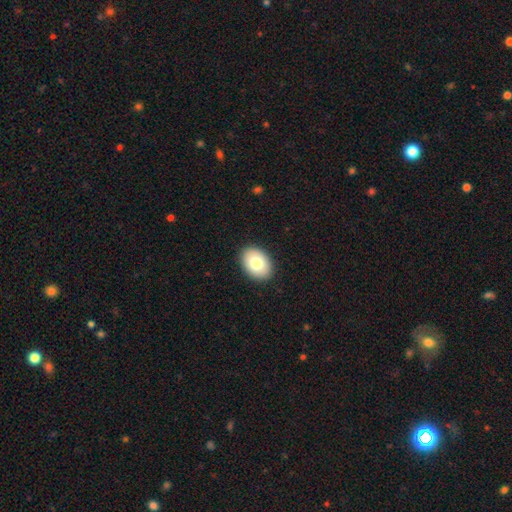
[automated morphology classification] This is likely a smooth galaxy (79%). How rounded: likely in between (76%). Merging: clearly none (91%).